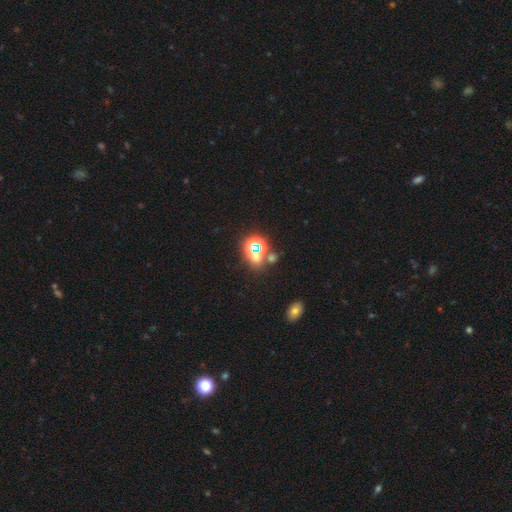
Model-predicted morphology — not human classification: Smooth or featured? Predicted: star or artifact (p=0.55).